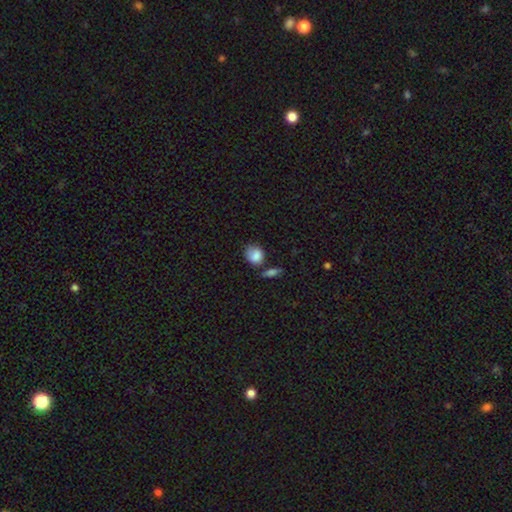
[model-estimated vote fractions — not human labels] A smooth galaxy with no disk features (85%) that is round (57%).

Vote fractions:
- Smooth or featured? smooth: 85% / star or artifact: 8% / featured or disk: 7%
- How rounded? round: 57% / in between: 42% / cigar-shaped: 2%
- Merging? none: 53% / minor disturbance: 27% / merger: 12% / major disturbance: 8%